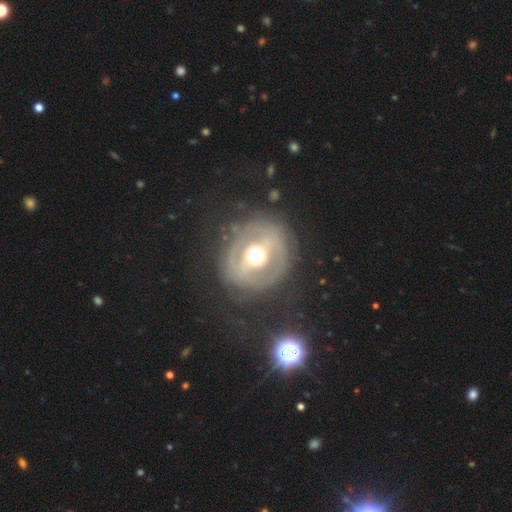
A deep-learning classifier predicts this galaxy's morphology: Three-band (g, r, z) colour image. It shows a featured or disk galaxy (70%) with a strong bar (45%), no spiral arms (63%) and a moderate central bulge (66%). Merging: none (72%).